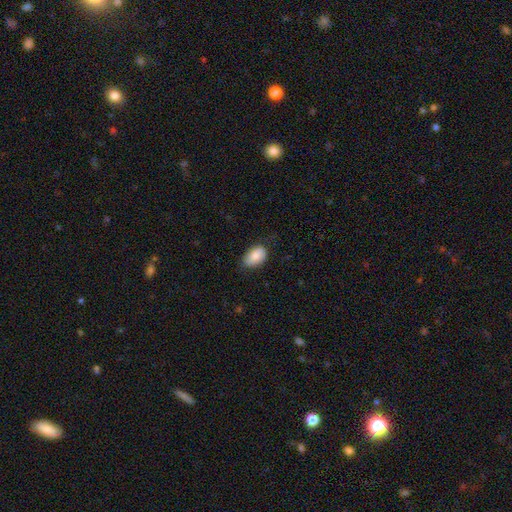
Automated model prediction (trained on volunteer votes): This is clearly a smooth galaxy (83%). How rounded: clearly in between (91%). Merging: likely none (73%).